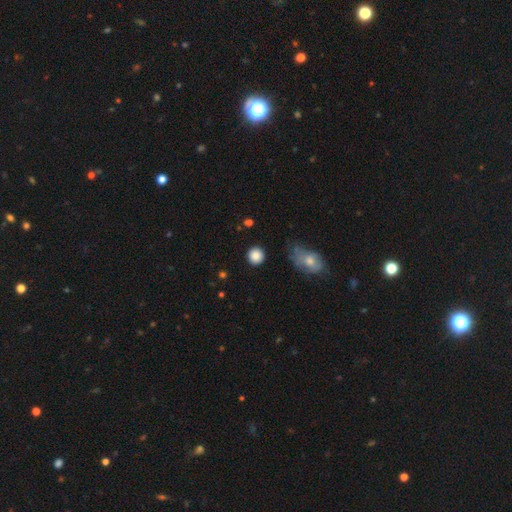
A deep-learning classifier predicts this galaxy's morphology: Smooth or featured? Predicted: smooth (p=0.87). How rounded? Predicted: round (p=0.92). Merging? Predicted: none (p=0.88).